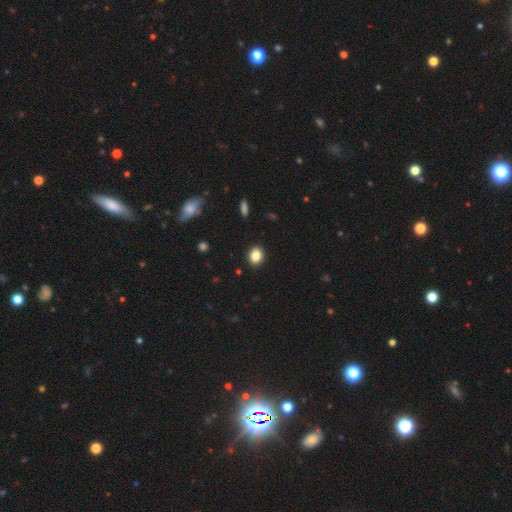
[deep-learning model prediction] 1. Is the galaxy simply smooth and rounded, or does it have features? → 85% smooth, 9% star or artifact, 5% featured or disk.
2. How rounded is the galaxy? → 60% in between, 39% round, 1% cigar-shaped.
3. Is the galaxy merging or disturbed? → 90% none, 7% minor disturbance, 2% major disturbance, 1% merger.